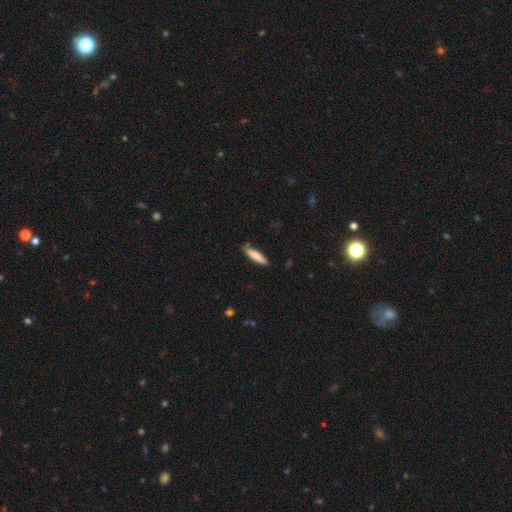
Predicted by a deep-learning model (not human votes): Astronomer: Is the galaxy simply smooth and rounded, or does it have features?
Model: smooth — 82%.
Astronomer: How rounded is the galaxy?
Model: cigar-shaped — 75%.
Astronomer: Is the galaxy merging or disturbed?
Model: none — 82%.